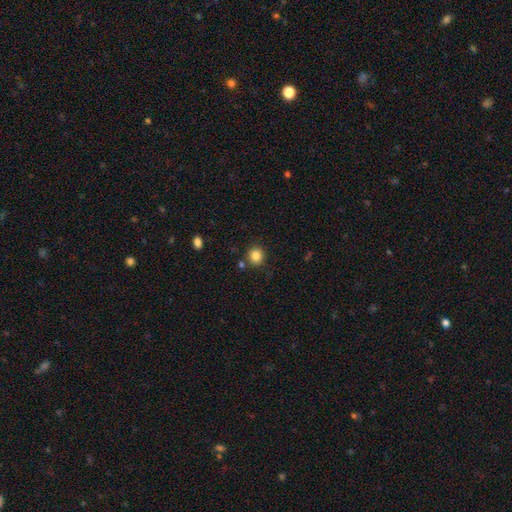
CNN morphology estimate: This is clearly a smooth galaxy (84%). How rounded: clearly round (89%). Merging: clearly none (84%).